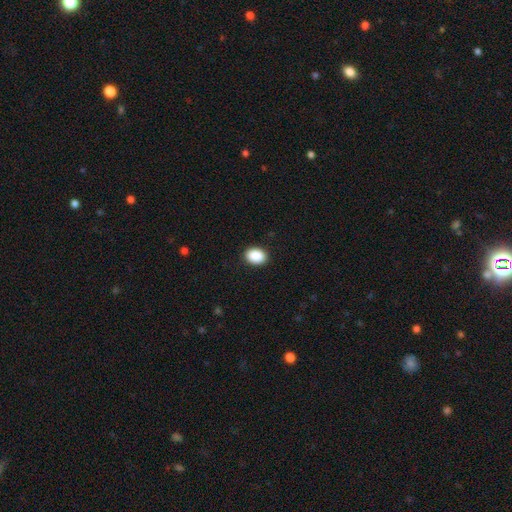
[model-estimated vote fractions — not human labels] This appears to be a smooth galaxy with no disk features (90%) that is in between round and cigar-shaped (71%). Merging: none (91%).